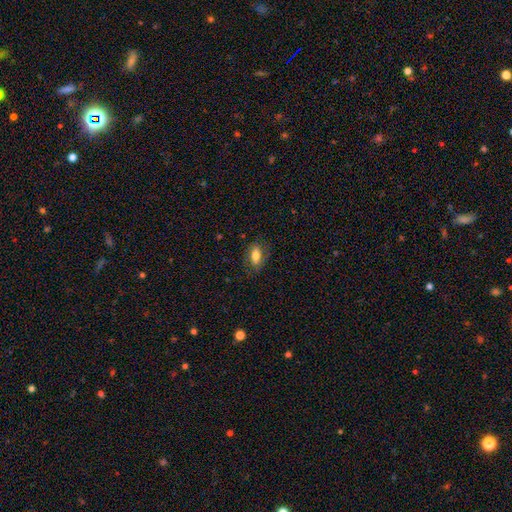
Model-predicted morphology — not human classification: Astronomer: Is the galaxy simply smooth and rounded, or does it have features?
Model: smooth — 73%.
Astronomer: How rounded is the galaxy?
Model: in between — 87%.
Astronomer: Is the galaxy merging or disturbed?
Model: none — 74%.